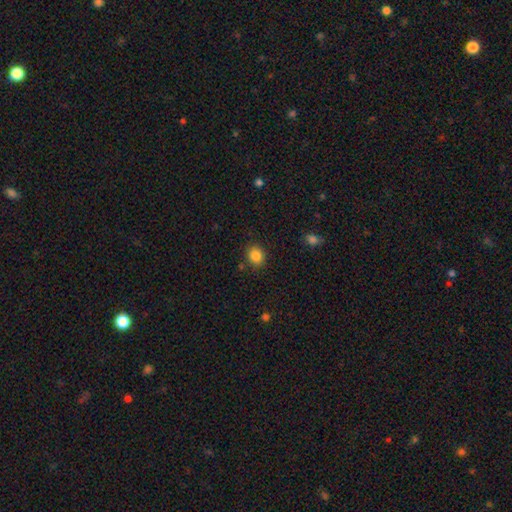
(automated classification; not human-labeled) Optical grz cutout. It shows a smooth galaxy with no disk features (85%) that is round (66%). Merging: none (84%).